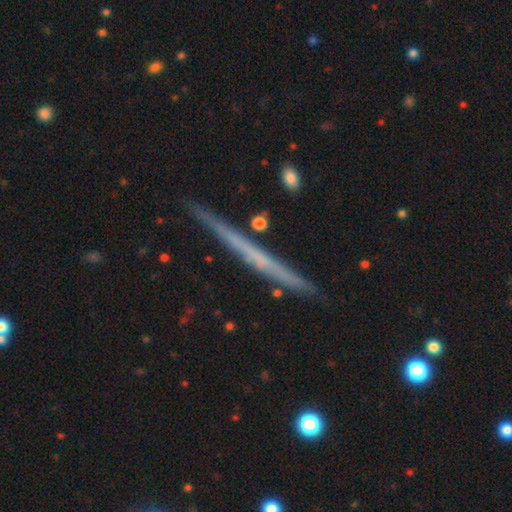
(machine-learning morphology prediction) Overall: featured or disk (64%; smooth 30%). Edge-on disk: yes (98%). Edge-on bulge: none (89%). Merging: none (90%).